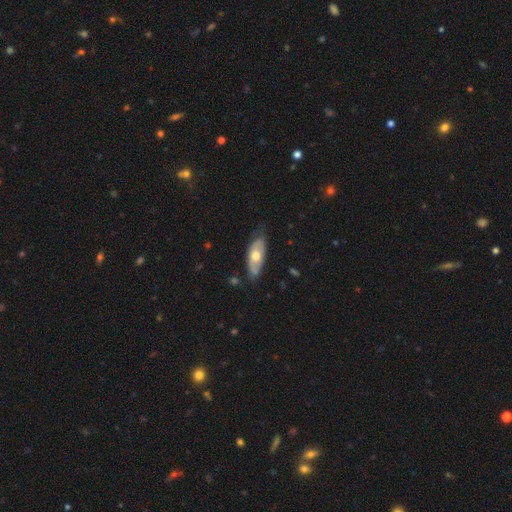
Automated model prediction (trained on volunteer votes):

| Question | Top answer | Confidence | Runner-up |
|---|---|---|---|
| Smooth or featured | featured or disk | 49% | smooth (46%) |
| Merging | none | 67% | minor disturbance (26%) |